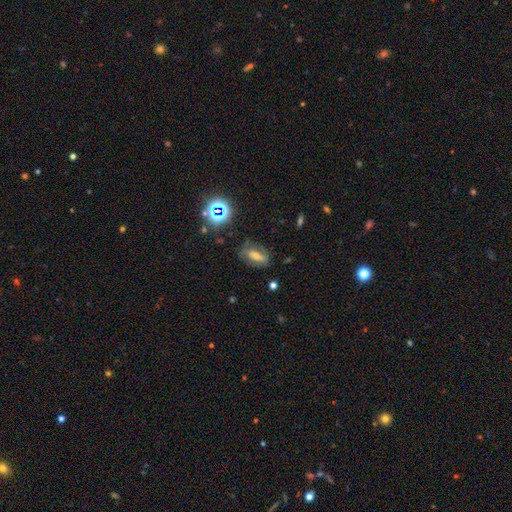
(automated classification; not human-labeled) Smooth or featured?
  - smooth: 41% *
  - featured or disk: 35%
  - star or artifact: 24%
Merging?
  - none: 70% *
  - minor disturbance: 20%
  - major disturbance: 8%
  - merger: 3%